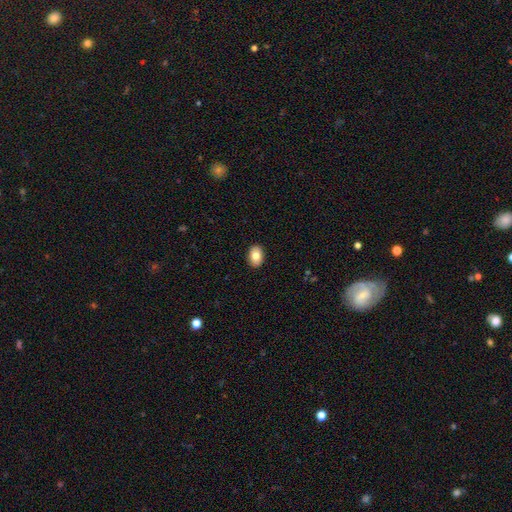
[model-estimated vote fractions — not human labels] Smooth or featured? Predicted: smooth (p=0.82). How rounded? Predicted: in between (p=0.83). Merging? Predicted: none (p=0.91).